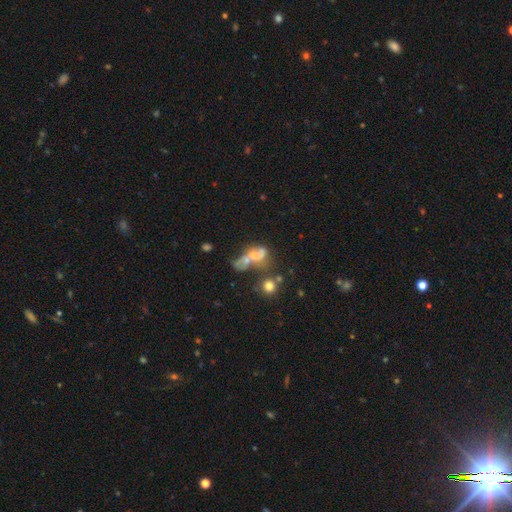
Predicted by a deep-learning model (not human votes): A smooth galaxy with no disk features (43%). Merging: merger (51%).